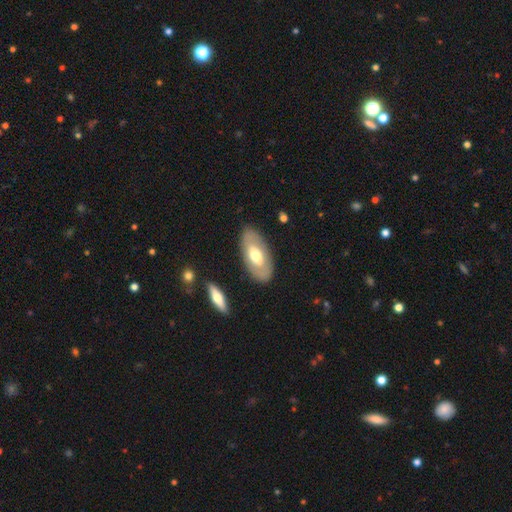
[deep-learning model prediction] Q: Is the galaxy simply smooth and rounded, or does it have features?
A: smooth — 49%.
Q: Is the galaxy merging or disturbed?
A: none — 84%.